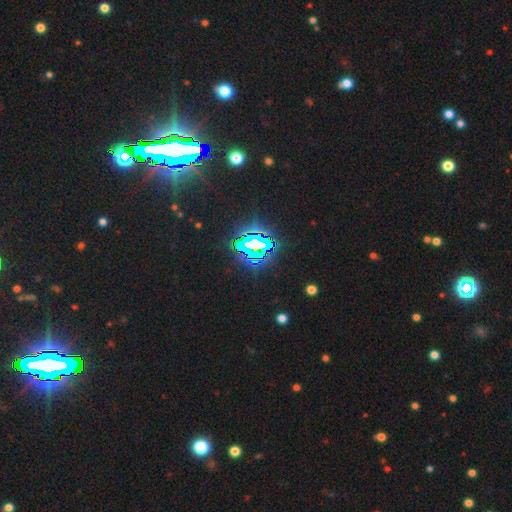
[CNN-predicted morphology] Smooth or featured: star or artifact — 76% (smooth — 12%)